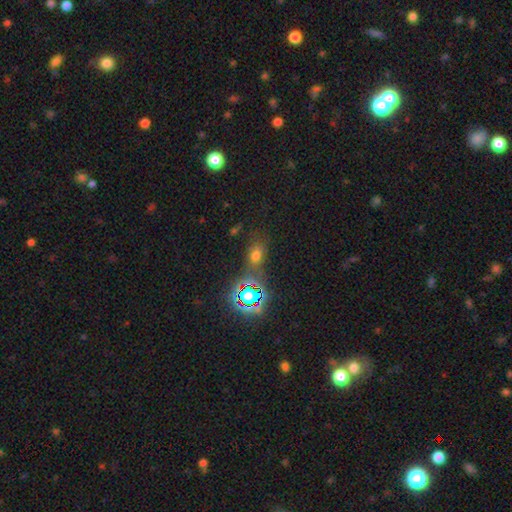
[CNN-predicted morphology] type=smooth (55%); roundness=in between (74%); merging=none (68%).